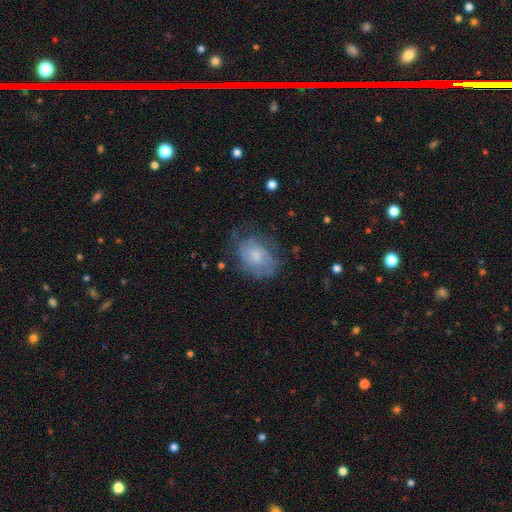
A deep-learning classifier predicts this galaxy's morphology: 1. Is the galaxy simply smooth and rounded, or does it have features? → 46% smooth, 45% featured or disk, 9% star or artifact.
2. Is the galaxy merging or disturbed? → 57% none, 26% minor disturbance, 16% major disturbance, 2% merger.